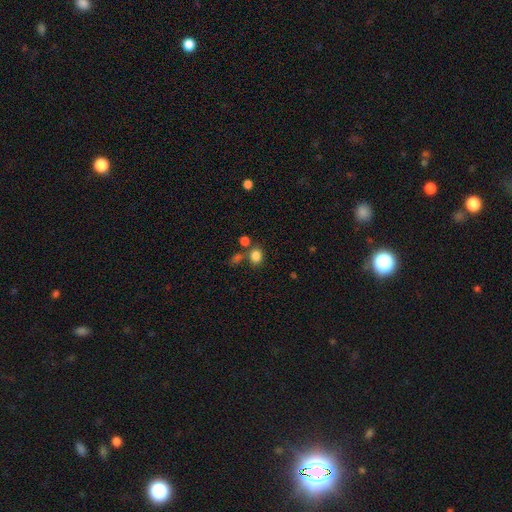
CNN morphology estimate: smooth 82%, star or artifact 12%, featured or disk 6%. Down the decision tree: how rounded — round (61%); merging — none (64%).